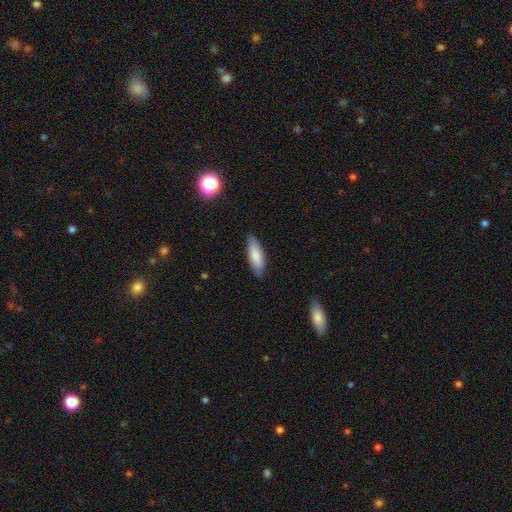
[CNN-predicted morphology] This is clearly a smooth galaxy (82%). How rounded: likely in between (61%). Merging: clearly none (84%).